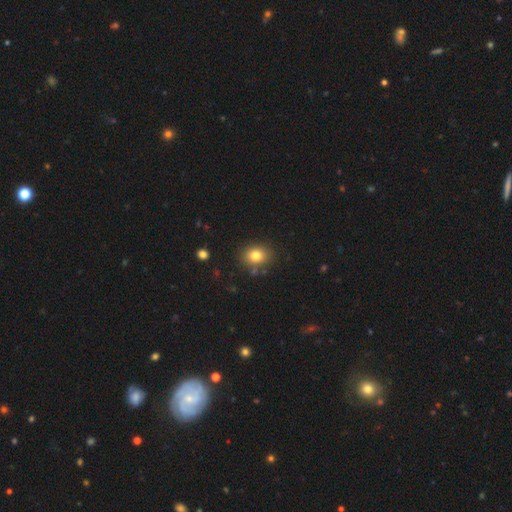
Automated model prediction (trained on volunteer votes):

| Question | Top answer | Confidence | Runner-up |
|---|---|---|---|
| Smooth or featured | smooth | 80% | star or artifact (12%) |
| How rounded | round | 55% | in between (44%) |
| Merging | none | 83% | minor disturbance (10%) |